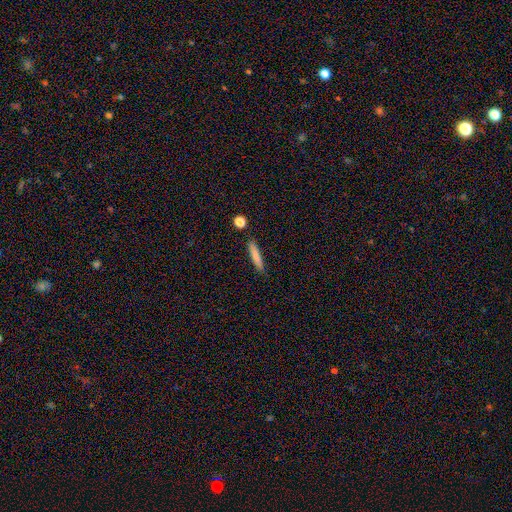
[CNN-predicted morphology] Overall: smooth (80%). How rounded: cigar-shaped (90%). Merging: none (87%).